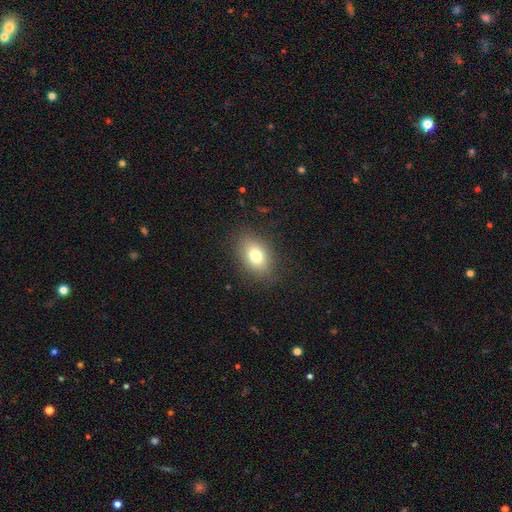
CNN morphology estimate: This is likely a smooth galaxy (77%). How rounded: likely in between (80%). Merging: clearly none (85%).